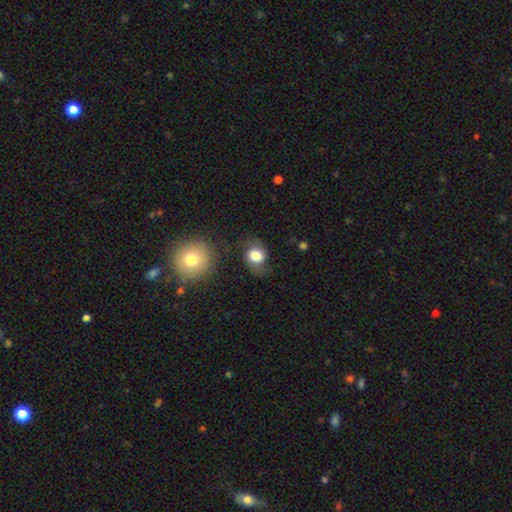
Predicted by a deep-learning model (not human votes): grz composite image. It shows a smooth galaxy with no disk features (68%) that is round (57%). Merging: none (65%).